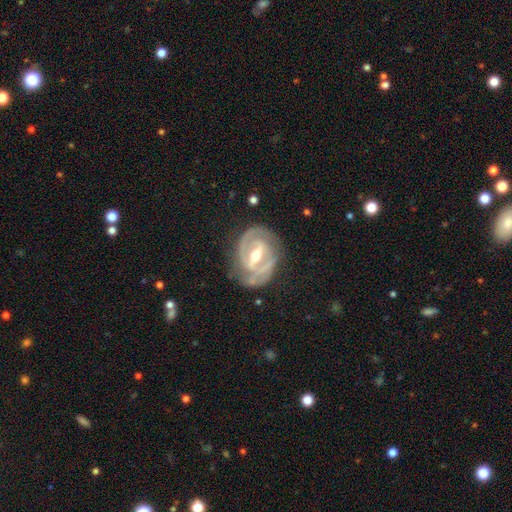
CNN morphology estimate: Overall: featured or disk (87%). Edge-on disk: no (96%). Bar: strong (51%; weak 37%). Spiral arms: yes (89%). Spiral arm count: 2 (75%). Spiral winding: tight (60%; medium 32%). Bulge size: moderate (72%). Merging: none (74%).